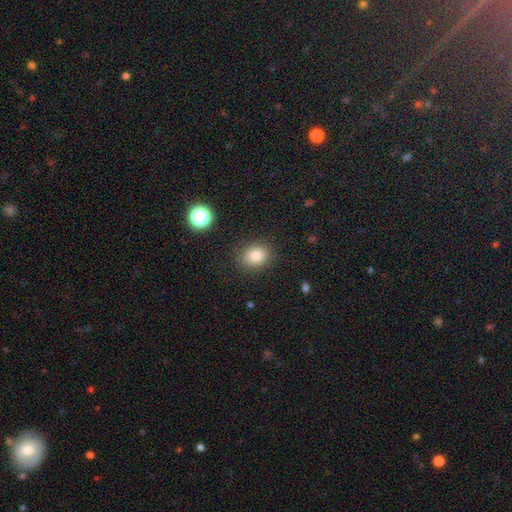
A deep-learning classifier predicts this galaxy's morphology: This is clearly a smooth galaxy (81%). How rounded: possibly round (57%). Merging: clearly none (85%).